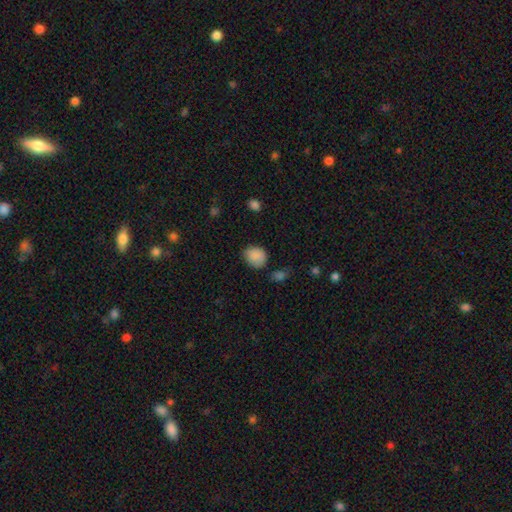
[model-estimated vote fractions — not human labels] smooth 86%, star or artifact 9%, featured or disk 5%. Down the decision tree: how rounded — round (61%); merging — none (65%).